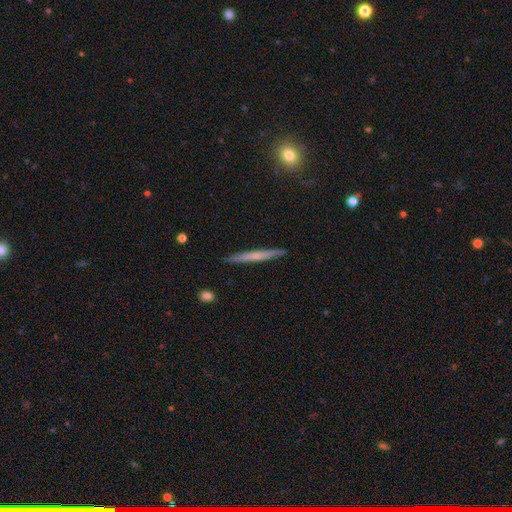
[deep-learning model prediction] A smooth galaxy with no disk features (48%).

Vote fractions:
- Smooth or featured? smooth: 48% / featured or disk: 45% / star or artifact: 6%
- Merging? none: 90% / minor disturbance: 7% / major disturbance: 1% / merger: 1%